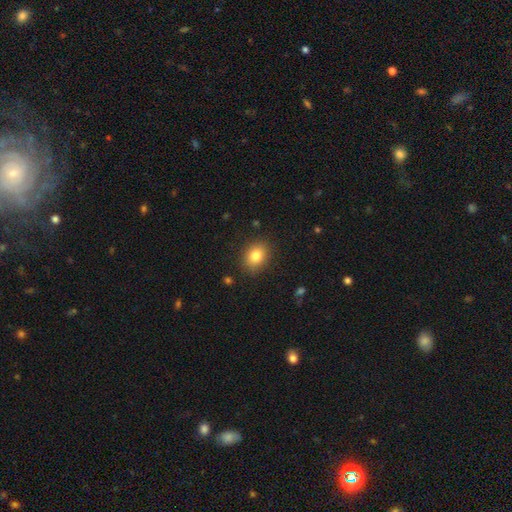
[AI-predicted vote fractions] Morphology: type=smooth (82%); roundness=round (52%); merging=none (87%).